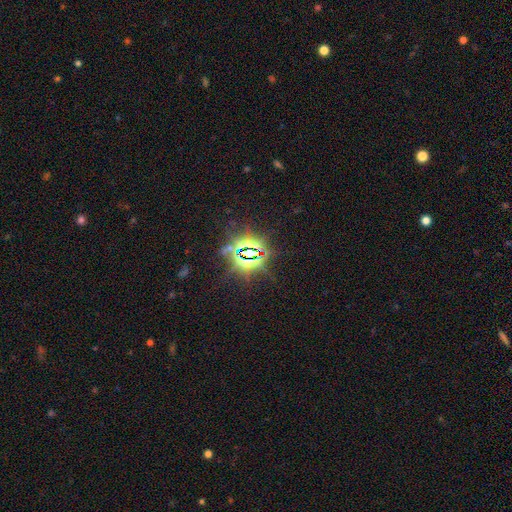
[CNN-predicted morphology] Smooth or featured? star or artifact (84%)